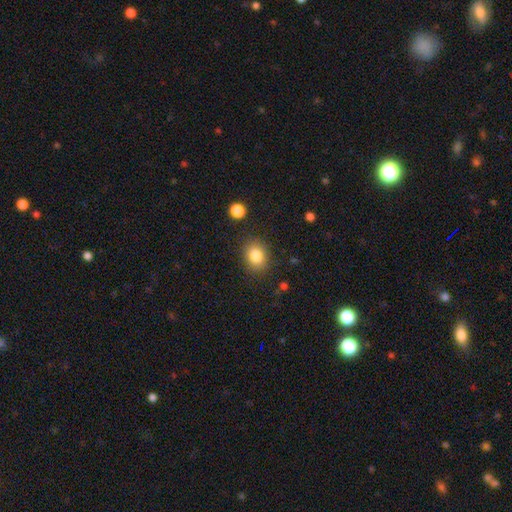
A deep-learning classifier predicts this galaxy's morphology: A smooth galaxy with no disk features (83%) that is round (55%). Merging: none (84%).